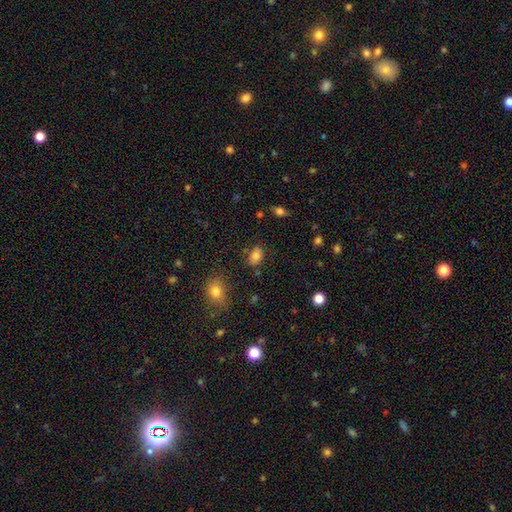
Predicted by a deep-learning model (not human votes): Smooth or featured?
  - smooth: 82% *
  - star or artifact: 10%
  - featured or disk: 8%
How rounded?
  - in between: 78% *
  - round: 21%
  - cigar-shaped: 1%
Merging?
  - none: 80% *
  - minor disturbance: 13%
  - merger: 4%
  - major disturbance: 3%